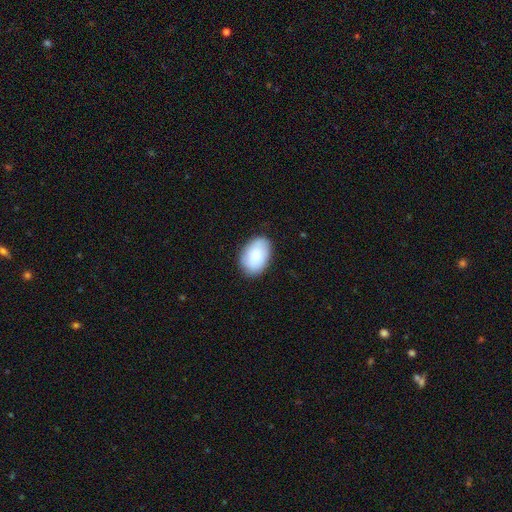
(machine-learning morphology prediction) smooth-or-featured: smooth: 84% | featured or disk: 10% | star or artifact: 6%
  how-rounded: in between: 89% | round: 10% | cigar-shaped: 1%
  merging: none: 83% | minor disturbance: 13% | major disturbance: 3% | merger: 1%